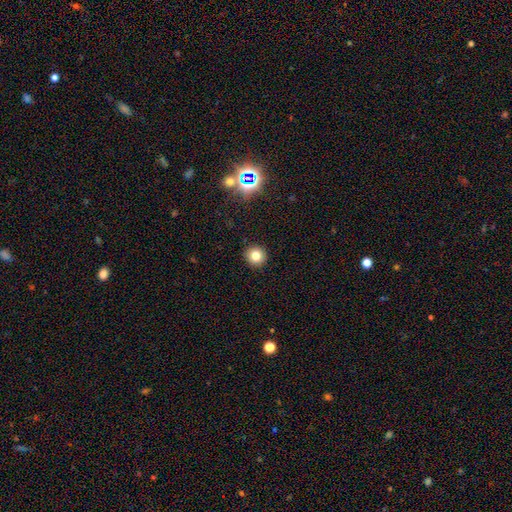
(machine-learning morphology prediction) smooth 78%, star or artifact 14%, featured or disk 8%. Down the decision tree: how rounded — round (94%); merging — none (92%).